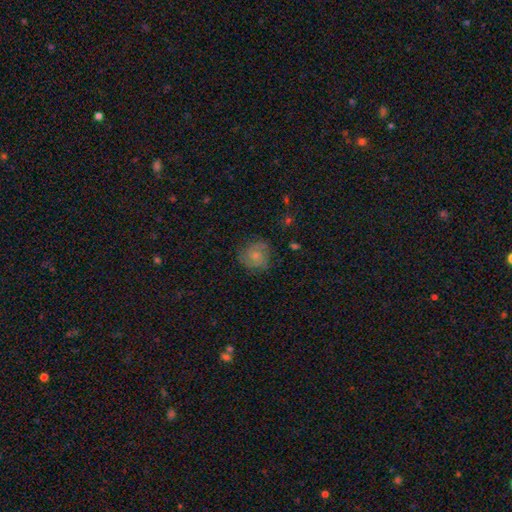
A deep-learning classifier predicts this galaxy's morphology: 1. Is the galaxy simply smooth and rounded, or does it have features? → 48% featured or disk, 43% smooth, 9% star or artifact.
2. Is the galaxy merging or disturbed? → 72% none, 19% minor disturbance, 7% major disturbance, 1% merger.